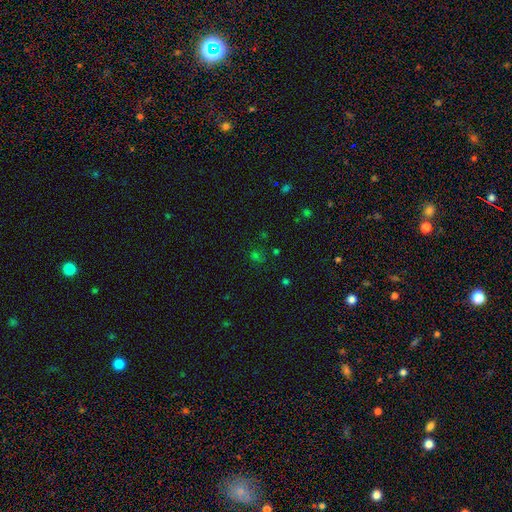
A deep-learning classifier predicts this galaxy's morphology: Overall: star or artifact (47%; smooth 45%).